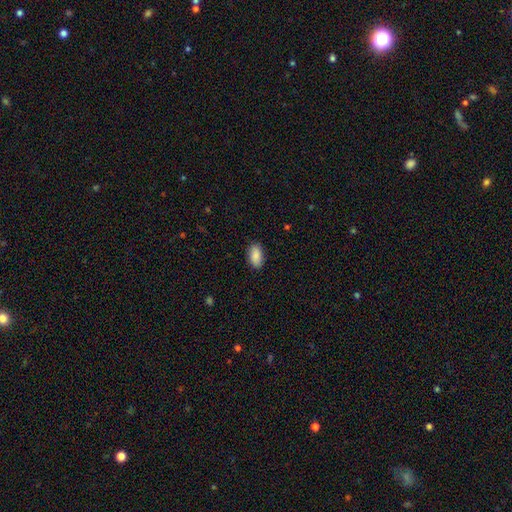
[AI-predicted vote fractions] Q: Smooth or featured?
A: smooth (89%); runner-up: star or artifact (6%)
Q: How rounded?
A: in between (93%); runner-up: cigar-shaped (4%)
Q: Merging?
A: none (88%); runner-up: minor disturbance (9%)